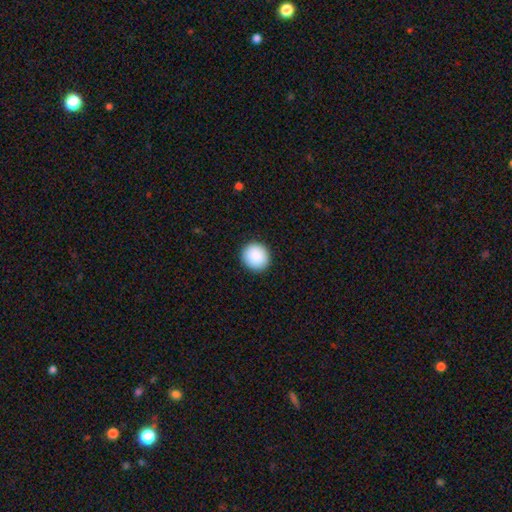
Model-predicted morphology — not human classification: This appears to be a smooth galaxy with no disk features (90%) that is round (93%). Merging: none (92%).